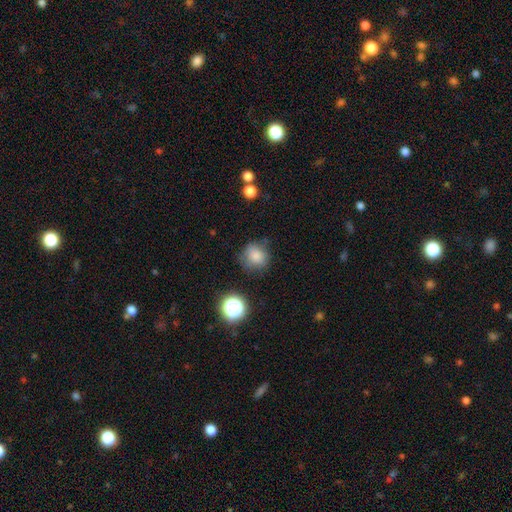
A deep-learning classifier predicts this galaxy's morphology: Overall: smooth (81%). How rounded: round (85%). Merging: none (72%).